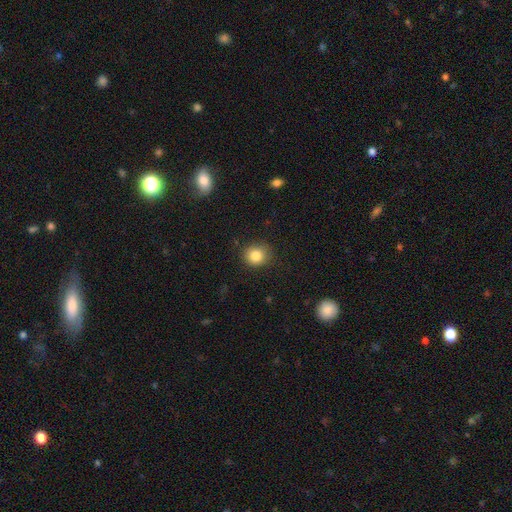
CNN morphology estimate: This is clearly a smooth galaxy (84%). How rounded: clearly round (84%). Merging: clearly none (85%).